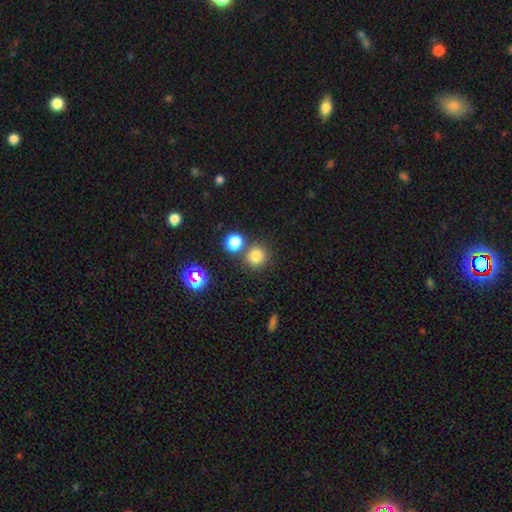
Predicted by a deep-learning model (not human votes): smooth-or-featured: smooth: 79% | star or artifact: 15% | featured or disk: 6%
  how-rounded: round: 91% | in between: 8% | cigar-shaped: 1%
  merging: none: 68% | merger: 22% | minor disturbance: 7% | major disturbance: 3%